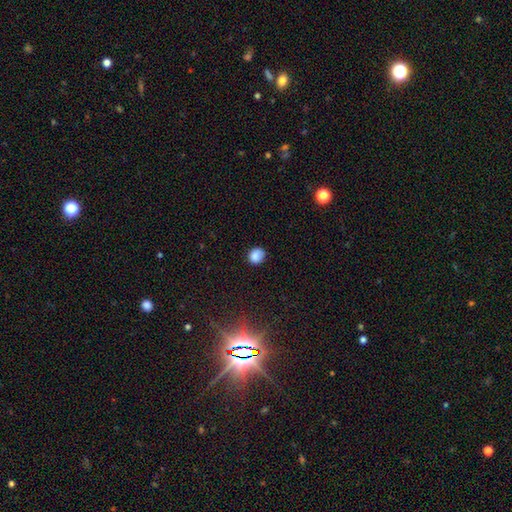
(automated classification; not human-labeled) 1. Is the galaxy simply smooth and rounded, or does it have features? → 85% smooth, 10% star or artifact, 5% featured or disk.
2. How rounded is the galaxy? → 69% round, 30% in between, 1% cigar-shaped.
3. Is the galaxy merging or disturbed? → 77% none, 18% minor disturbance, 4% major disturbance, 1% merger.